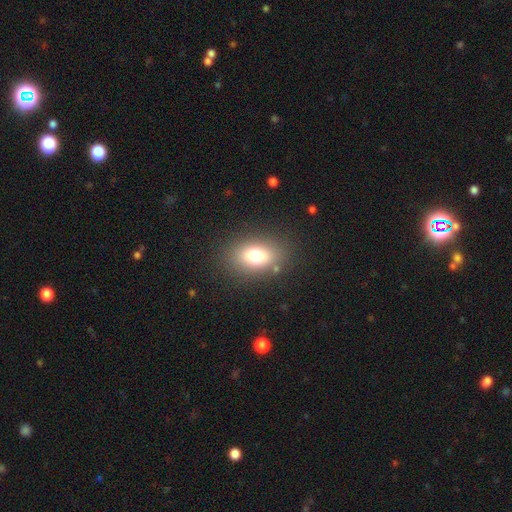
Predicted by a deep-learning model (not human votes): Smooth or featured: smooth — 73% (featured or disk — 14%)
How rounded: in between — 74% (round — 24%)
Merging: none — 84% (minor disturbance — 10%)